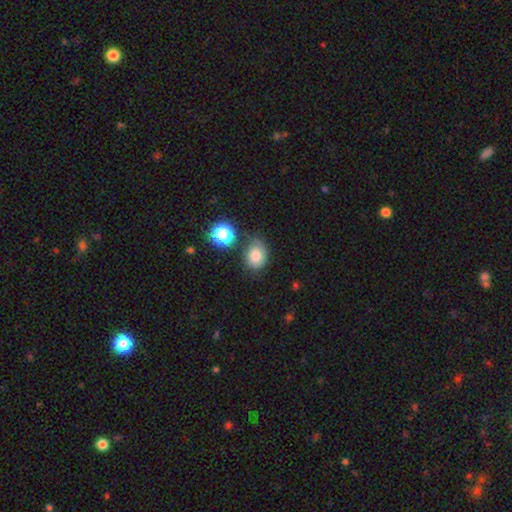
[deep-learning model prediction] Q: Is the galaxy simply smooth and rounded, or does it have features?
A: smooth — 77%.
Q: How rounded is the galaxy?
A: in between — 54%.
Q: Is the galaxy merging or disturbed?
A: none — 62%.